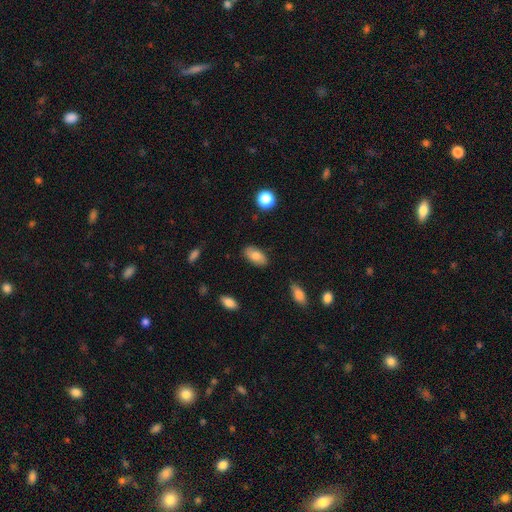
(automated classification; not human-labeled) smooth_or_featured: smooth (p=0.80) [alt: featured or disk p=0.13]
how_rounded: in between (p=0.93) [alt: cigar-shaped p=0.03]
merging: none (p=0.84) [alt: minor disturbance p=0.12]